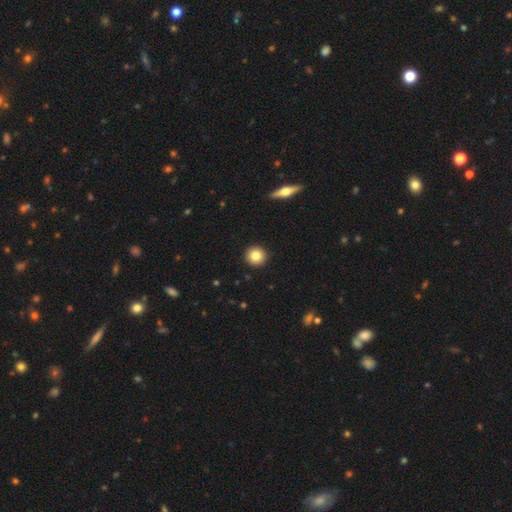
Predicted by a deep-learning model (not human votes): Smooth or featured? smooth (83%)
How rounded? round (95%)
Merging? none (93%)